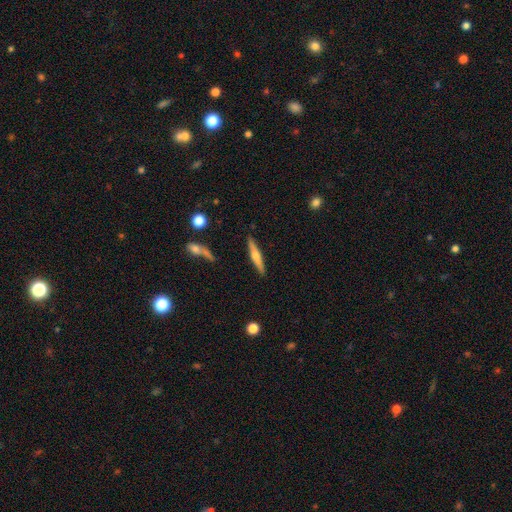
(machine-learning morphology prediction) Overall: featured or disk (60%; smooth 34%). Edge-on disk: yes (96%). Edge-on bulge: rounded (86%). Merging: none (88%).